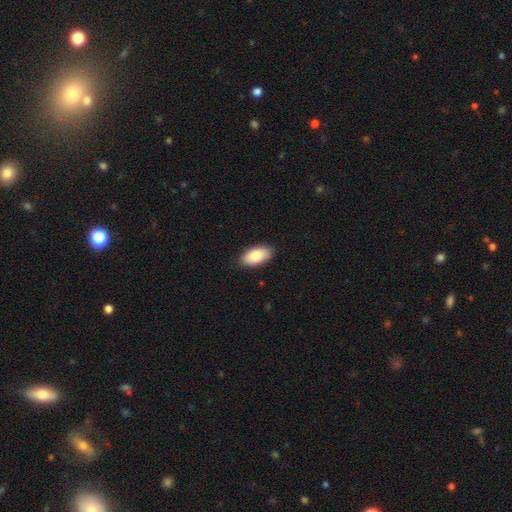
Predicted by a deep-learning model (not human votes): Smooth or featured?
  - smooth: 83% *
  - featured or disk: 11%
  - star or artifact: 6%
How rounded?
  - in between: 94% *
  - cigar-shaped: 4%
  - round: 3%
Merging?
  - none: 89% *
  - minor disturbance: 9%
  - major disturbance: 2%
  - merger: 1%